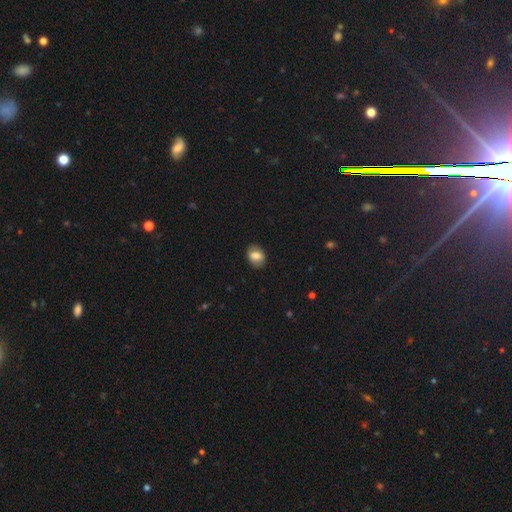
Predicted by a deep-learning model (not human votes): Morphology: type=smooth (80%); roundness=in between (60%); merging=none (86%).